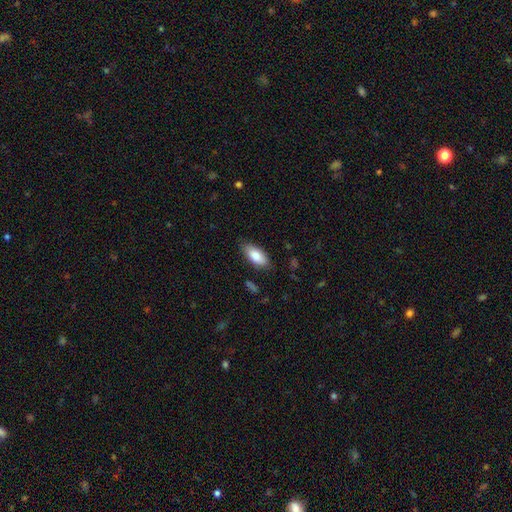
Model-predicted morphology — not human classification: Overall: smooth (83%). How rounded: in between (87%). Merging: none (82%).